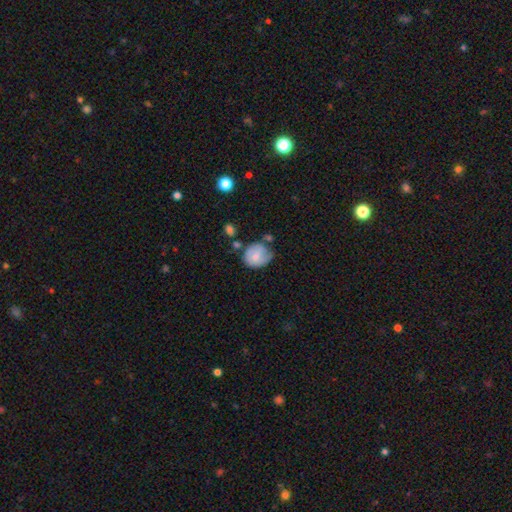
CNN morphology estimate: This is likely a smooth galaxy (64%). How rounded: likely round (68%). Merging: possibly none (47%).